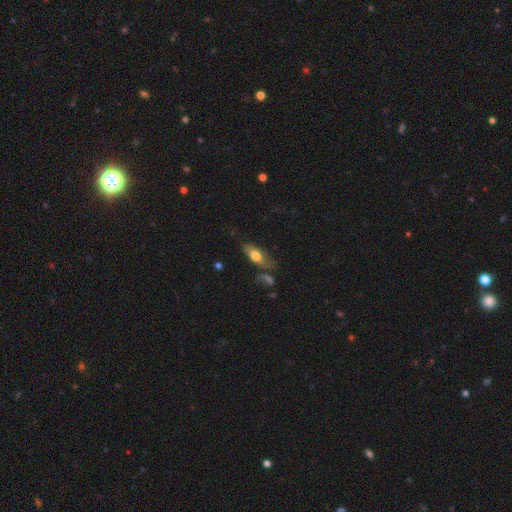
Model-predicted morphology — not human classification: Q: Smooth or featured?
A: smooth (64%); runner-up: featured or disk (29%)
Q: How rounded?
A: in between (73%); runner-up: cigar-shaped (23%)
Q: Merging?
A: none (55%); runner-up: minor disturbance (24%)